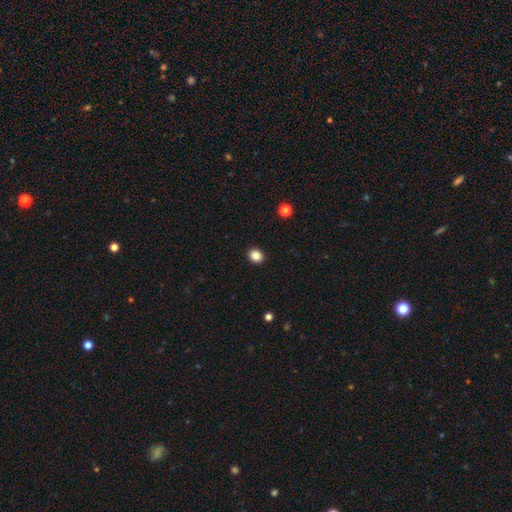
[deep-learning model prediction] Smooth or featured: smooth — 86% (star or artifact — 11%)
How rounded: round — 70% (in between — 29%)
Merging: none — 92% (minor disturbance — 5%)